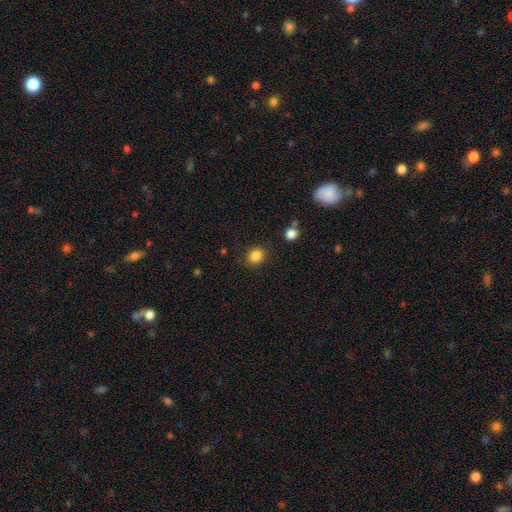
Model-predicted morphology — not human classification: Smooth or featured? Predicted: smooth (p=0.85). How rounded? Predicted: round (p=0.70). Merging? Predicted: none (p=0.85).